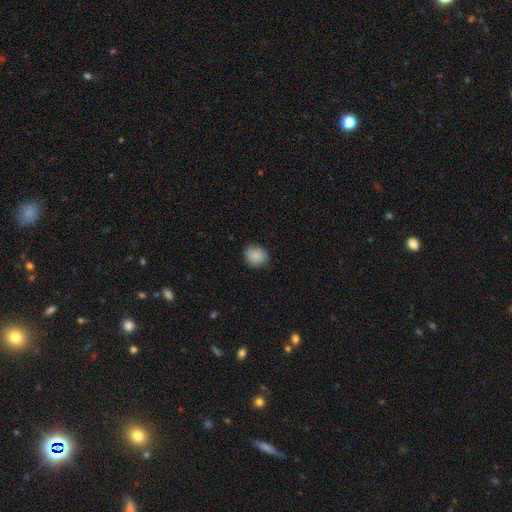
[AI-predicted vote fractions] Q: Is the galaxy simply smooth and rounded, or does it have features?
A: smooth — 87%.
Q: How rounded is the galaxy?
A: round — 76%.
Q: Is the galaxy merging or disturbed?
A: none — 84%.